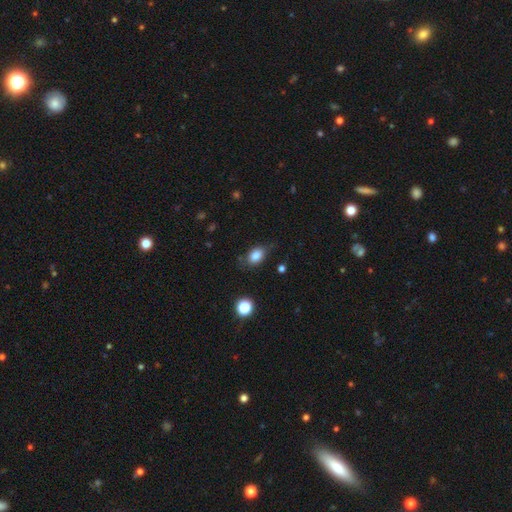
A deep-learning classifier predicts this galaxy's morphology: smooth-or-featured: smooth: 82% | star or artifact: 10% | featured or disk: 9%
  how-rounded: in between: 80% | round: 19% | cigar-shaped: 2%
  merging: none: 72% | minor disturbance: 20% | major disturbance: 6% | merger: 2%